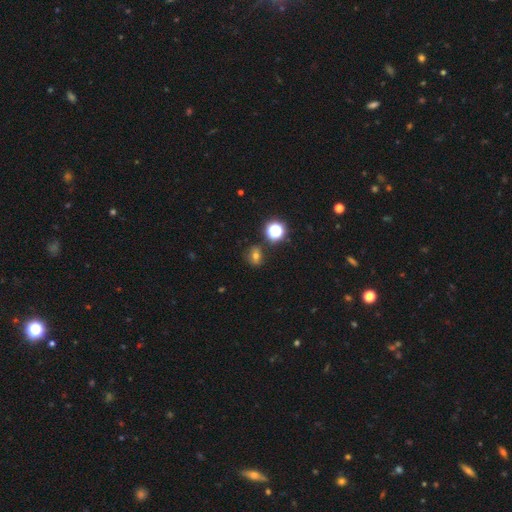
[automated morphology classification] Smooth or featured: smooth — 59% (star or artifact — 26%)
How rounded: round — 60% (in between — 38%)
Merging: none — 79% (minor disturbance — 13%)